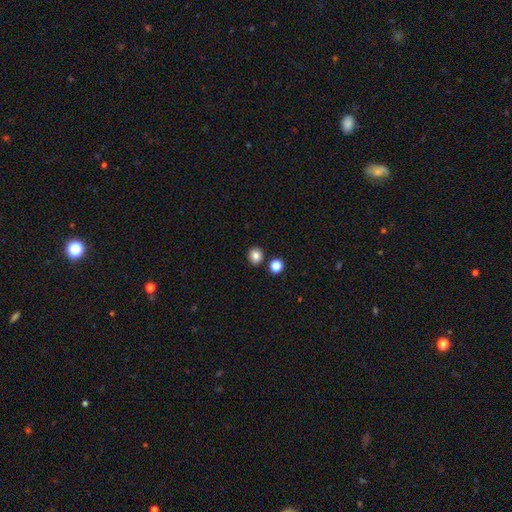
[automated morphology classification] smooth 83%, star or artifact 12%, featured or disk 5%. Down the decision tree: how rounded — round (84%); merging — none (86%).